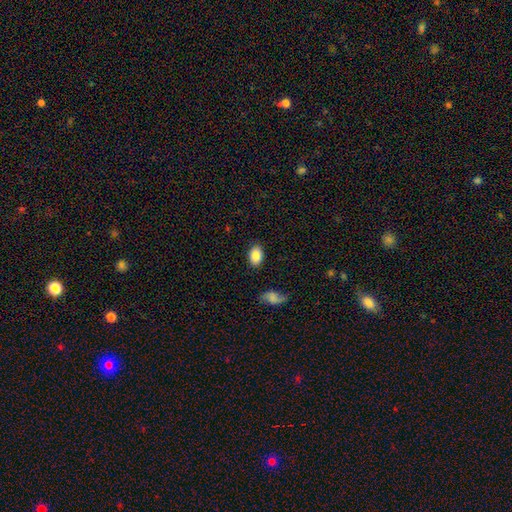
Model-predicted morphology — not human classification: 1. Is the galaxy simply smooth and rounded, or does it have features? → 85% smooth, 8% featured or disk, 7% star or artifact.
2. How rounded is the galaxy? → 86% in between, 13% round, 1% cigar-shaped.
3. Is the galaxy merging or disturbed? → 84% none, 11% minor disturbance, 3% major disturbance, 2% merger.